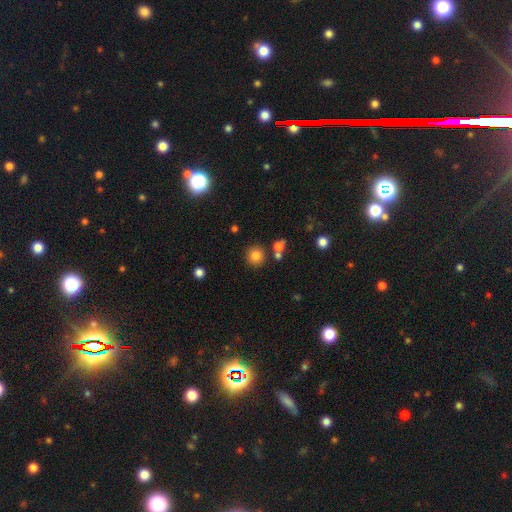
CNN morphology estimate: smooth_or_featured: smooth (p=0.80) [alt: star or artifact p=0.12]
how_rounded: round (p=0.91) [alt: in between p=0.08]
merging: none (p=0.81) [alt: merger p=0.08]